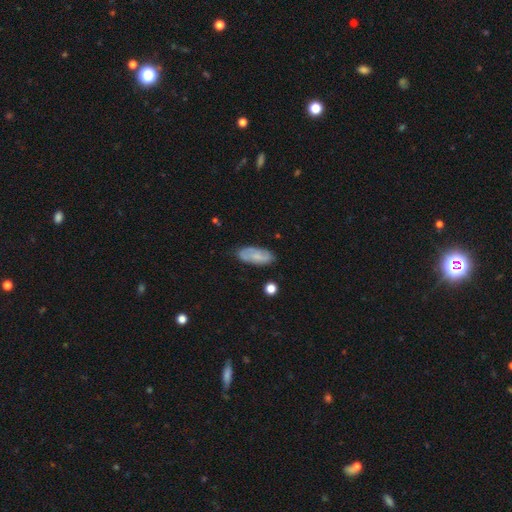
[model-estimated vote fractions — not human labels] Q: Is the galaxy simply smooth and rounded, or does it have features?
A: smooth — 55%.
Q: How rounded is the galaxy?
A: in between — 82%.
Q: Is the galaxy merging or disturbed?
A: none — 79%.